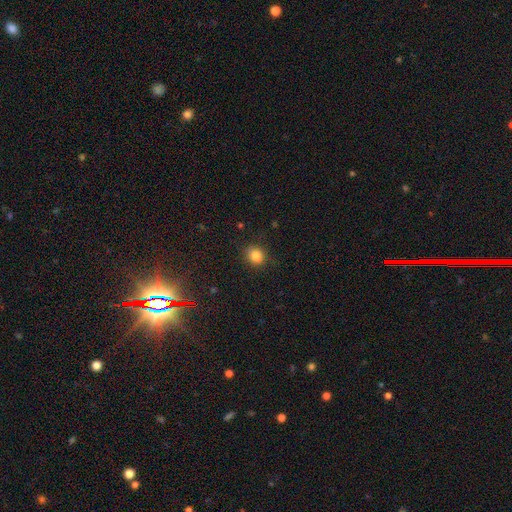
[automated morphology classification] This is clearly a smooth galaxy (83%). How rounded: likely round (66%). Merging: clearly none (81%).